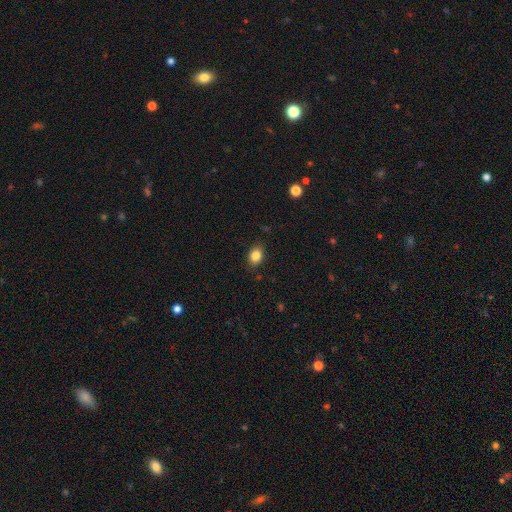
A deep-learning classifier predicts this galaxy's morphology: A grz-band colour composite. It shows a smooth galaxy with no disk features (85%) that is in between round and cigar-shaped (67%). Merging: none (85%).